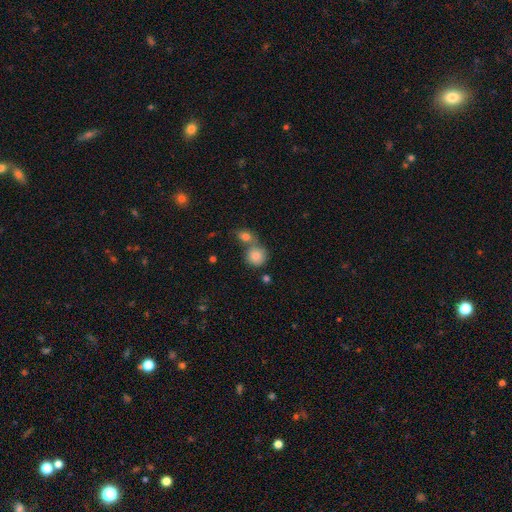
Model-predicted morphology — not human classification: Overall: smooth (82%). How rounded: round (86%). Merging: none (45%; merger 43%).